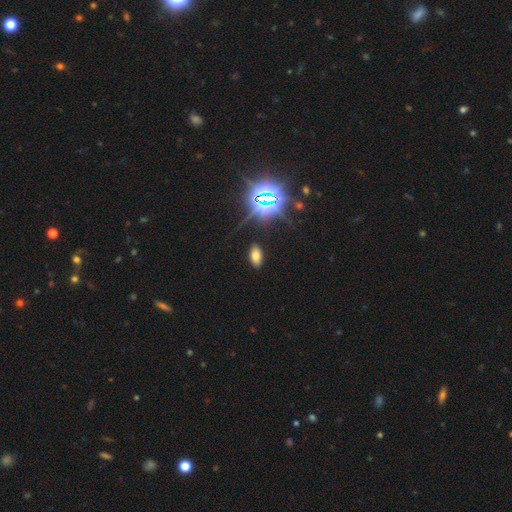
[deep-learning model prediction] smooth_or_featured: smooth (p=0.62) [alt: star or artifact p=0.29]
how_rounded: in between (p=0.92) [alt: round p=0.04]
merging: none (p=0.89) [alt: minor disturbance p=0.07]